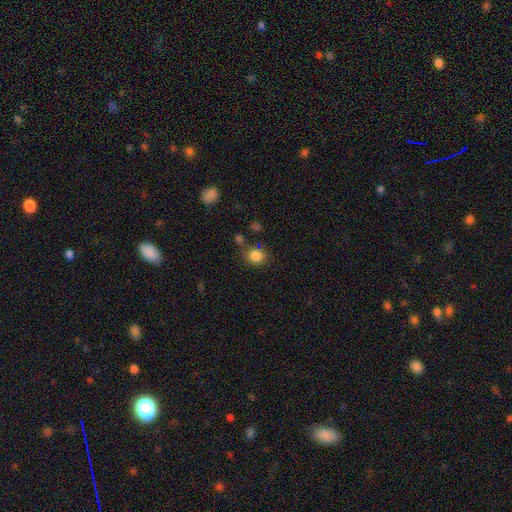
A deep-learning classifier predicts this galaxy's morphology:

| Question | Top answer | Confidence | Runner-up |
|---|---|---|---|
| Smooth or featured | smooth | 84% | star or artifact (12%) |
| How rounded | round | 70% | in between (29%) |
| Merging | none | 73% | minor disturbance (15%) |